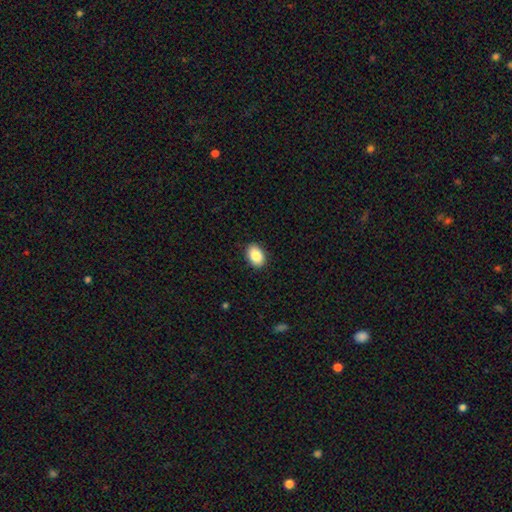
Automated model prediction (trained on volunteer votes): This is clearly a smooth galaxy (86%). How rounded: clearly in between (84%). Merging: clearly none (89%).